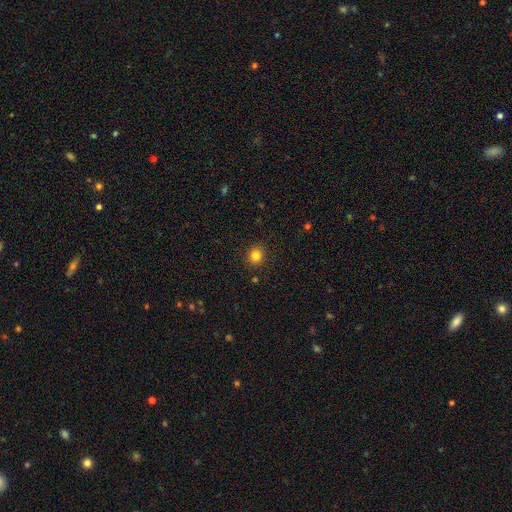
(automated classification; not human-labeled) A smooth galaxy with no disk features (82%) that is round (83%). Merging: none (90%).